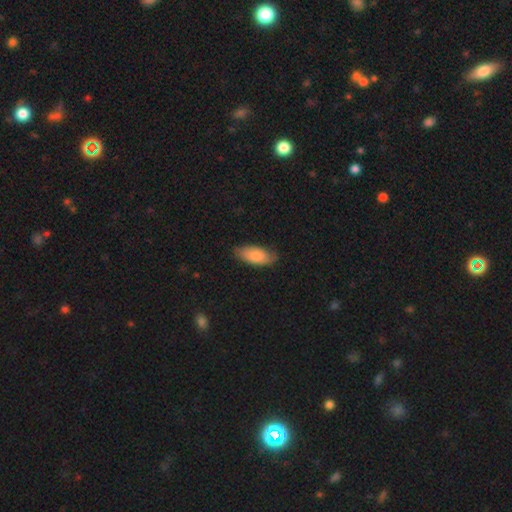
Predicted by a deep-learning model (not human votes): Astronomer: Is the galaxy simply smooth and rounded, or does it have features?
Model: smooth — 81%.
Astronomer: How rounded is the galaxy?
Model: in between — 87%.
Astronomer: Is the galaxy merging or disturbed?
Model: none — 76%.